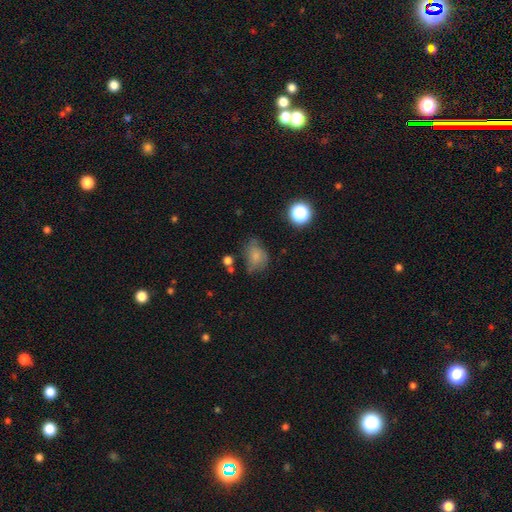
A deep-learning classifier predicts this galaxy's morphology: Q: Smooth or featured?
A: smooth (66%); runner-up: featured or disk (21%)
Q: How rounded?
A: in between (64%); runner-up: round (35%)
Q: Merging?
A: none (44%); runner-up: minor disturbance (33%)